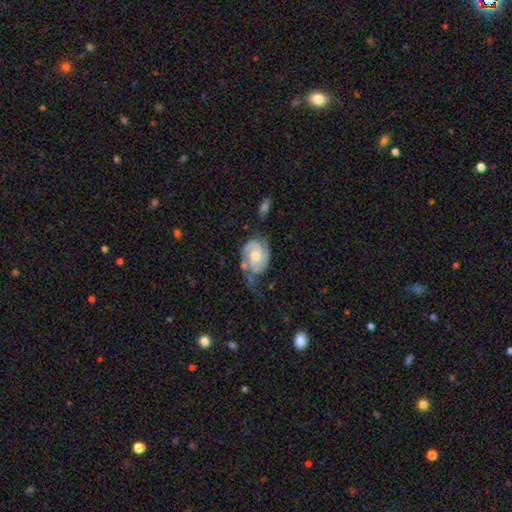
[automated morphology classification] A featured or disk galaxy (88%) with no bar (61%), 2 (84%) tight (48%) spiral arms (97%) and a moderate central bulge (61%).

Vote fractions:
- Smooth or featured? featured or disk: 88% / smooth: 8% / star or artifact: 4%
- Edge-on disk? no: 98% / yes: 2%
- Bar? no: 61% / weak: 32% / strong: 7%
- Spiral arms? yes: 97% / no: 3%
- Spiral winding? tight: 48% / medium: 40% / loose: 12%
- Spiral arm count? 2: 84% / 1: 6% / can't tell: 5% / 3: 3% / 4: 1% / more than 4: 1%
- Bulge size? moderate: 61% / small: 23% / large: 11% / none: 4% / dominant: 1%
- Merging? none: 46% / minor disturbance: 26% / major disturbance: 23% / merger: 5%